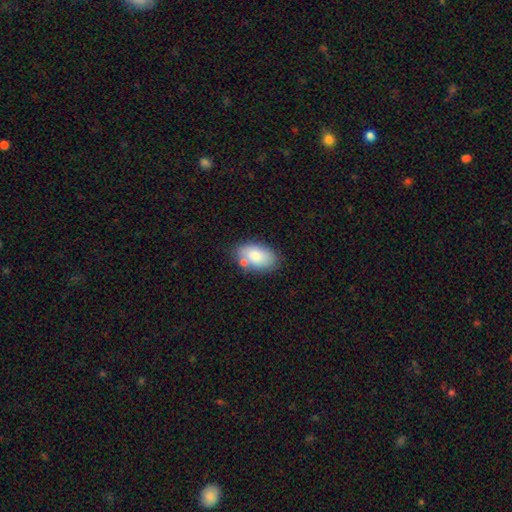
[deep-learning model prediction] smooth 81%, featured or disk 12%, star or artifact 7%. Down the decision tree: how rounded — in between (93%); merging — none (67%).